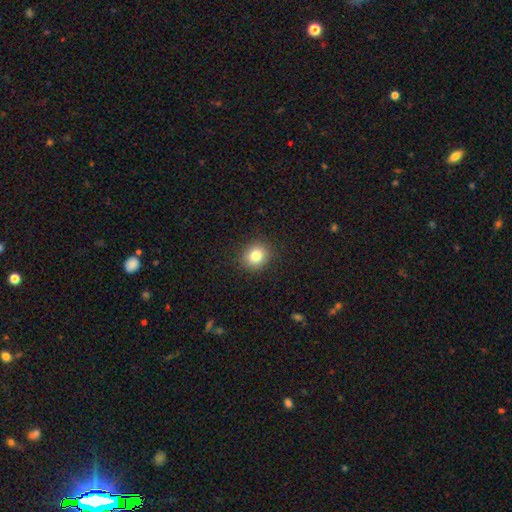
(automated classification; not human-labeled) Overall: smooth (82%). How rounded: round (78%). Merging: none (90%).